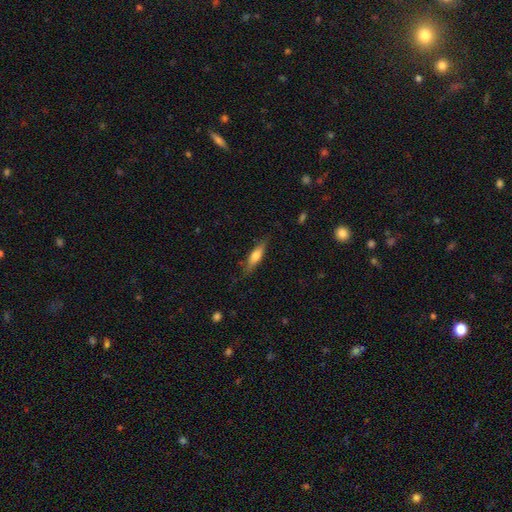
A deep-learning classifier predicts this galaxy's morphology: Q: Smooth or featured?
A: smooth (60%); runner-up: featured or disk (33%)
Q: How rounded?
A: cigar-shaped (65%); runner-up: in between (33%)
Q: Merging?
A: none (80%); runner-up: minor disturbance (15%)